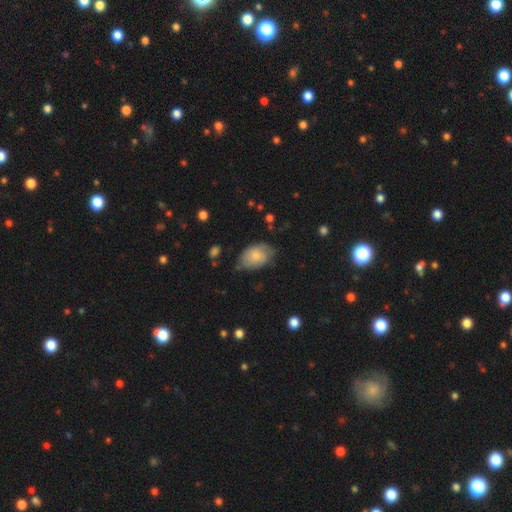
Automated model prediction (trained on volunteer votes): A smooth galaxy with no disk features (72%) that is in between round and cigar-shaped (87%). Merging: none (56%).